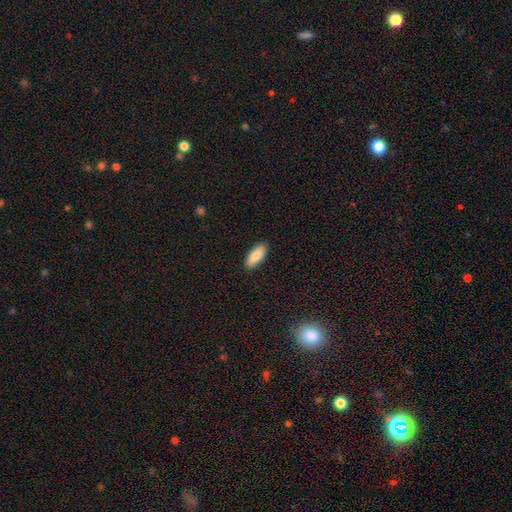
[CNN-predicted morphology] This is clearly a smooth galaxy (89%). How rounded: clearly in between (80%). Merging: clearly none (89%).